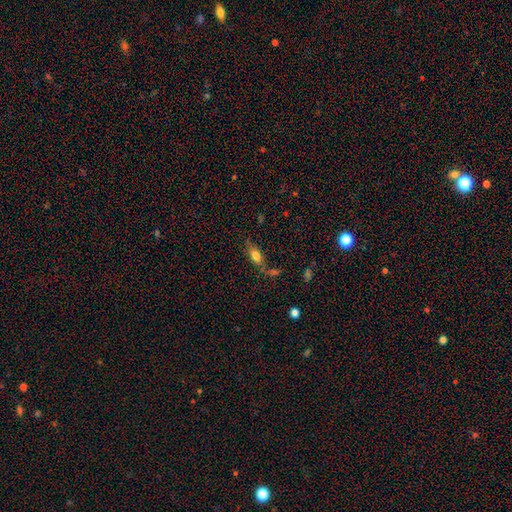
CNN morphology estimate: smooth 72%, featured or disk 19%, star or artifact 9%. Down the decision tree: how rounded — in between (77%); merging — none (62%).